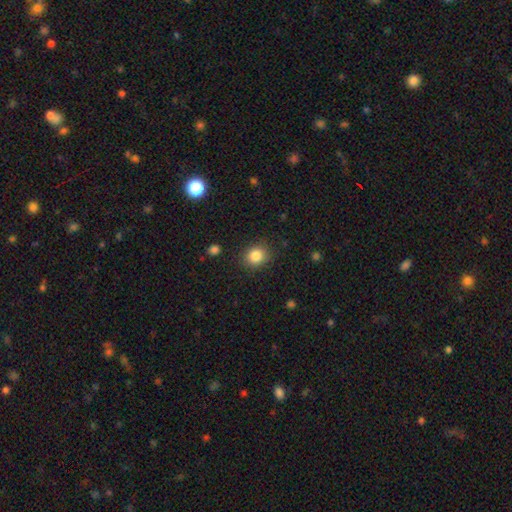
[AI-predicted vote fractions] This is clearly a smooth galaxy (85%). How rounded: likely round (75%). Merging: clearly none (87%).